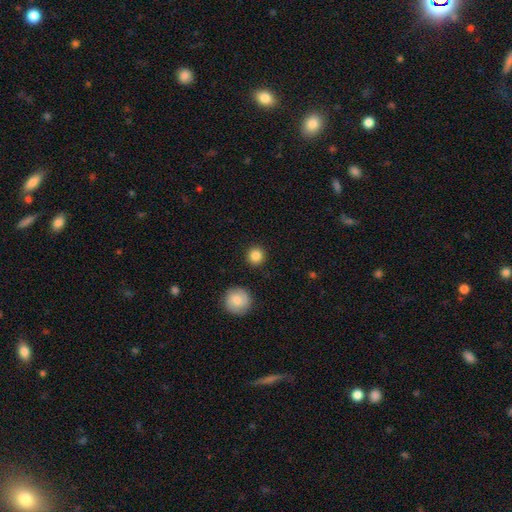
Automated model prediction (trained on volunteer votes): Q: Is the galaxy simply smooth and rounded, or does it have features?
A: smooth — 86%.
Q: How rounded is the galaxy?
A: round — 94%.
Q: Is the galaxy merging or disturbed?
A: none — 90%.